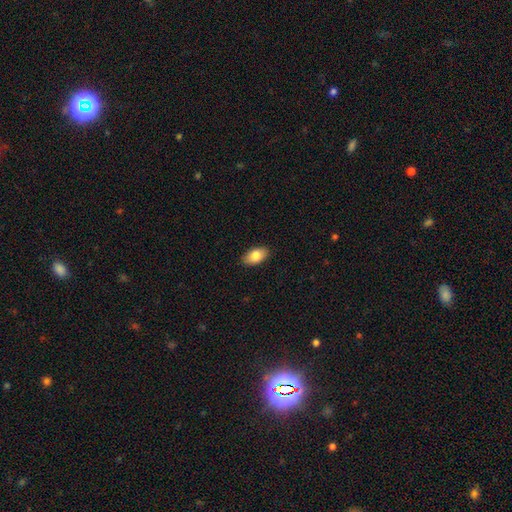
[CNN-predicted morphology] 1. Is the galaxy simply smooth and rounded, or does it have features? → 84% smooth, 9% featured or disk, 7% star or artifact.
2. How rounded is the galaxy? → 92% in between, 5% round, 2% cigar-shaped.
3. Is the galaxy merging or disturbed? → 89% none, 9% minor disturbance, 2% major disturbance, 1% merger.